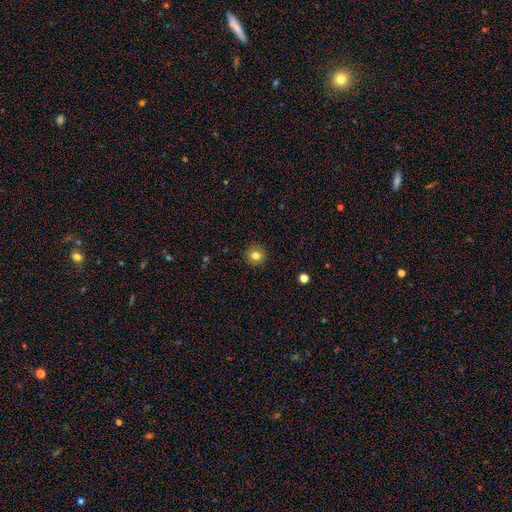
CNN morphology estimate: Smooth or featured?
  - smooth: 80% *
  - star or artifact: 12%
  - featured or disk: 8%
How rounded?
  - round: 90% *
  - in between: 9%
  - cigar-shaped: 1%
Merging?
  - none: 91% *
  - minor disturbance: 6%
  - major disturbance: 2%
  - merger: 1%